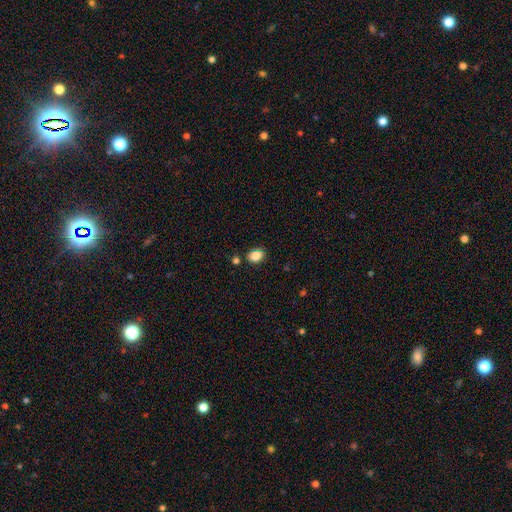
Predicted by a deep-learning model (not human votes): Smooth or featured? Predicted: smooth (p=0.85). How rounded? Predicted: in between (p=0.62). Merging? Predicted: none (p=0.77).